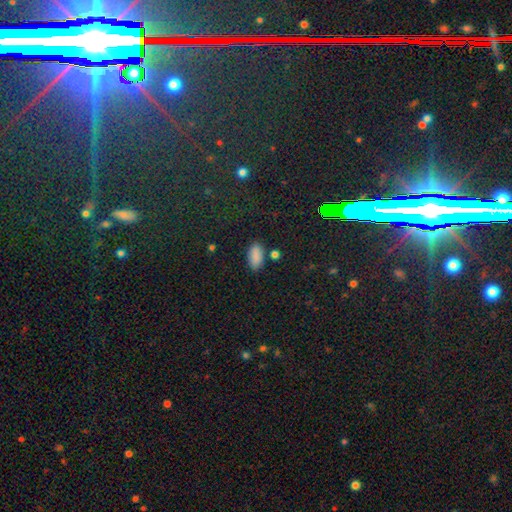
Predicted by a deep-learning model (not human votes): smooth-or-featured: smooth: 86% | star or artifact: 10% | featured or disk: 4%
  how-rounded: in between: 93% | round: 3% | cigar-shaped: 3%
  merging: none: 81% | minor disturbance: 12% | merger: 5% | major disturbance: 3%